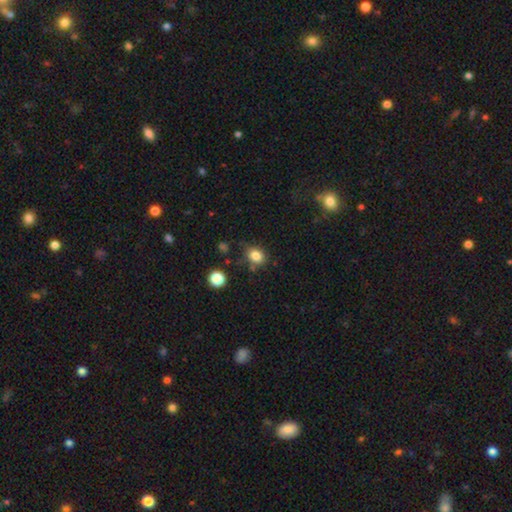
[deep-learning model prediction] This is clearly a smooth galaxy (83%). How rounded: possibly in between (50%). Merging: likely none (72%).